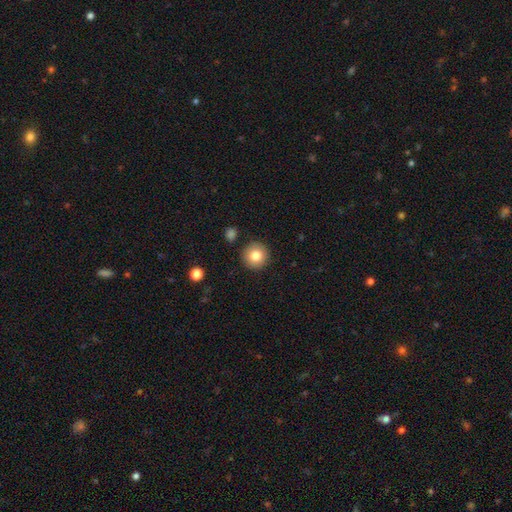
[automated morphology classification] type=smooth (81%); roundness=round (95%); merging=none (89%).